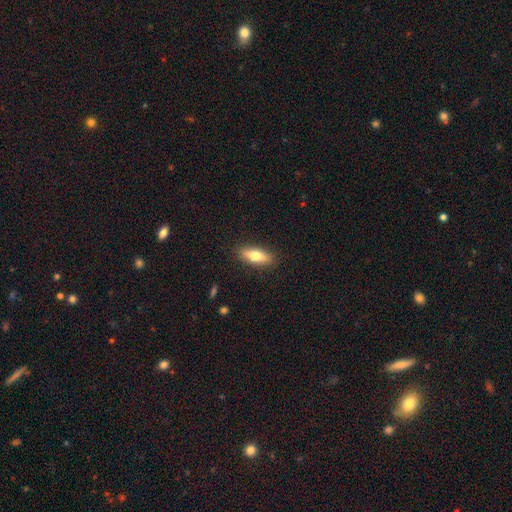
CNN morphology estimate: Q: Smooth or featured?
A: smooth (71%); runner-up: featured or disk (23%)
Q: How rounded?
A: in between (60%); runner-up: cigar-shaped (37%)
Q: Merging?
A: none (88%); runner-up: minor disturbance (9%)